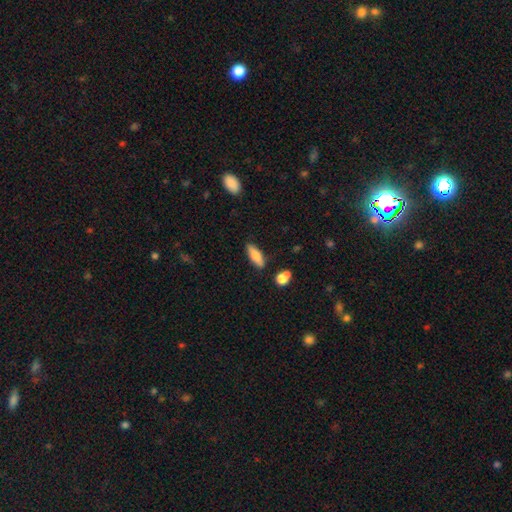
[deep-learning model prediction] Smooth or featured?
  - smooth: 76% *
  - featured or disk: 17%
  - star or artifact: 7%
How rounded?
  - in between: 57% *
  - cigar-shaped: 41%
  - round: 2%
Merging?
  - none: 82% *
  - minor disturbance: 12%
  - merger: 4%
  - major disturbance: 3%